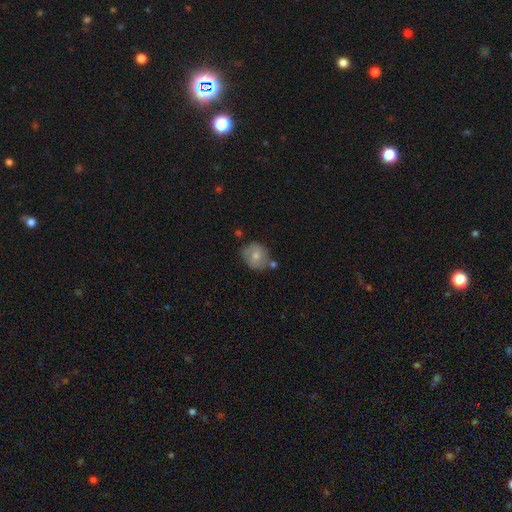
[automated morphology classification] Q: Smooth or featured?
A: smooth (66%); runner-up: featured or disk (26%)
Q: How rounded?
A: round (79%); runner-up: in between (20%)
Q: Merging?
A: none (69%); runner-up: minor disturbance (18%)